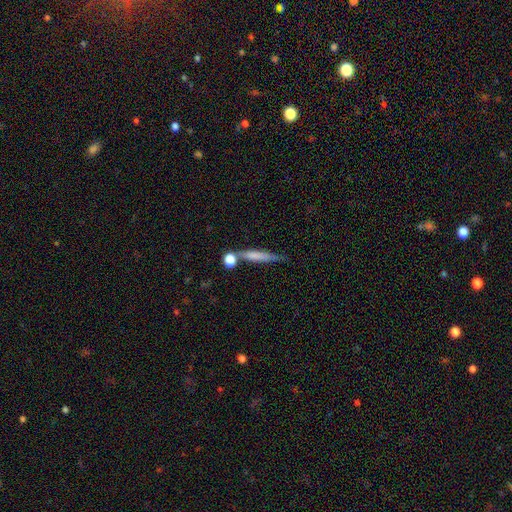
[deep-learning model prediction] Smooth or featured: smooth — 61% (featured or disk — 30%)
How rounded: cigar-shaped — 84% (in between — 12%)
Merging: none — 58% (merger — 19%)